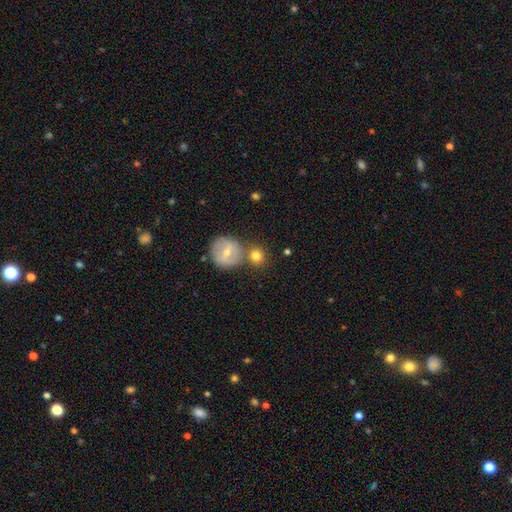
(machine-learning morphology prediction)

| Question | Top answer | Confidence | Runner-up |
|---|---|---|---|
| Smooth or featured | smooth | 76% | featured or disk (15%) |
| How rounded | round | 89% | in between (10%) |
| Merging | none | 59% | merger (29%) |